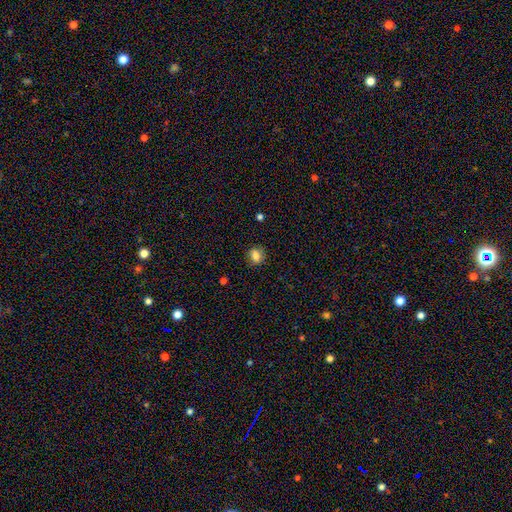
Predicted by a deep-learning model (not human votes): This appears to be a smooth galaxy with no disk features (78%) that is round (56%). Merging: none (82%).